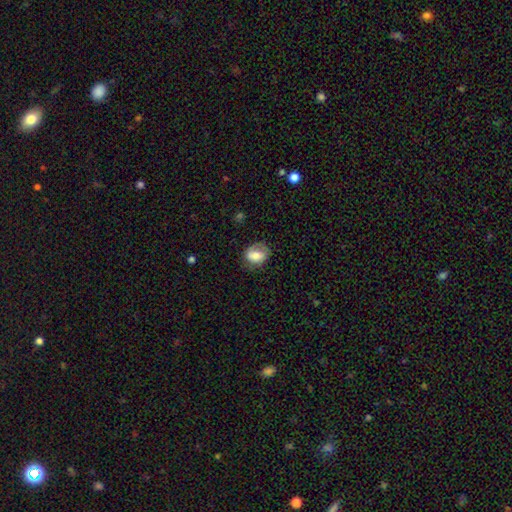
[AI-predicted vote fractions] Smooth or featured? smooth (64%)
How rounded? in between (60%)
Merging? none (61%)